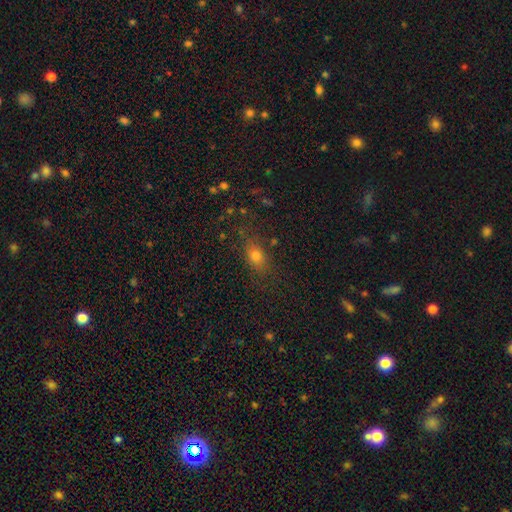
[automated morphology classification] Smooth or featured: smooth — 72% (star or artifact — 16%)
How rounded: in between — 66% (round — 25%)
Merging: none — 78% (minor disturbance — 15%)